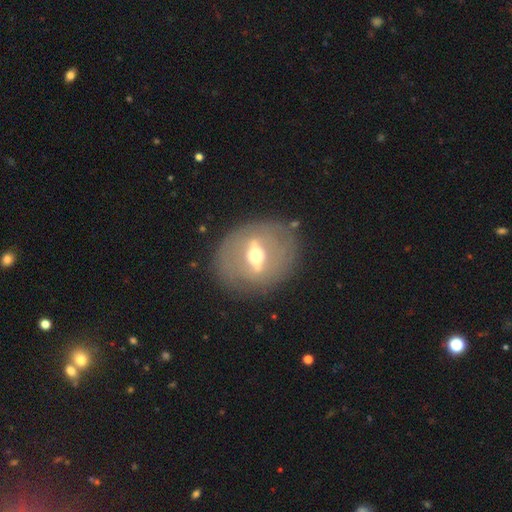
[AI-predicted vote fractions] featured or disk 75%, smooth 18%, star or artifact 7%. Down the decision tree: edge-on disk — no (68%); bar — strong (69%); spiral arms — no (83%); bulge size — moderate (71%); merging — none (82%).